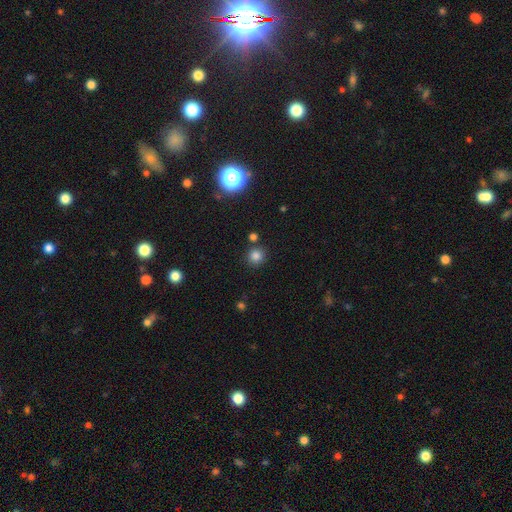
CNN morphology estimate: smooth-or-featured: smooth: 81% | star or artifact: 14% | featured or disk: 5%
  how-rounded: round: 92% | in between: 7% | cigar-shaped: 1%
  merging: none: 83% | minor disturbance: 7% | merger: 7% | major disturbance: 3%